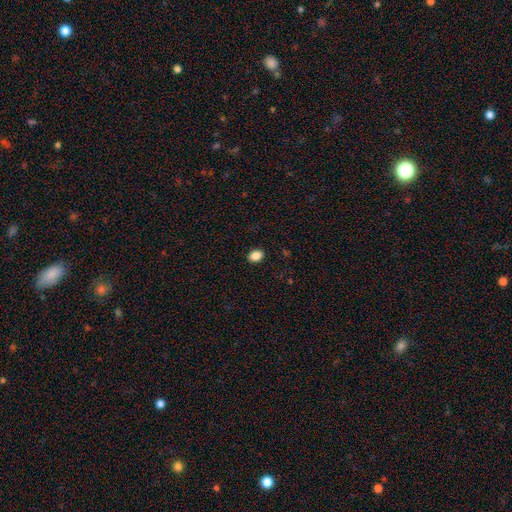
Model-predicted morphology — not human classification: A smooth galaxy with no disk features (87%) that is in between round and cigar-shaped (72%). Merging: none (89%).